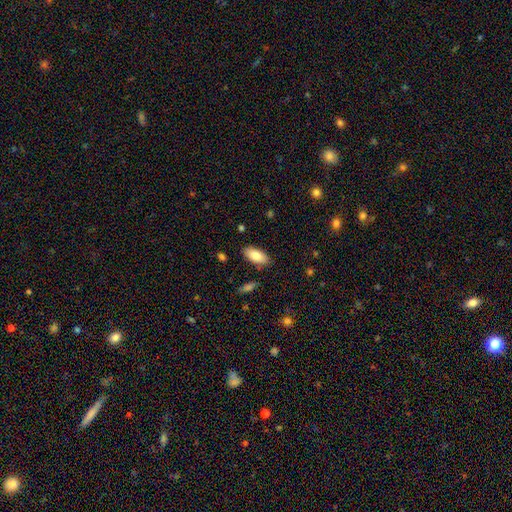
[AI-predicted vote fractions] The model was most divided on "smooth or featured": smooth: 83%, featured or disk: 11%, star or artifact: 6%. More confident: how rounded — in between (90%); merging — none (85%).